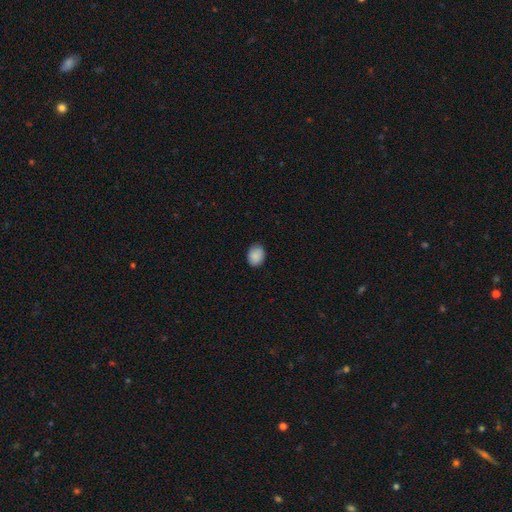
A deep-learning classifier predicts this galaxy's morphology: Overall: smooth (89%). How rounded: in between (57%; round 42%). Merging: none (86%).